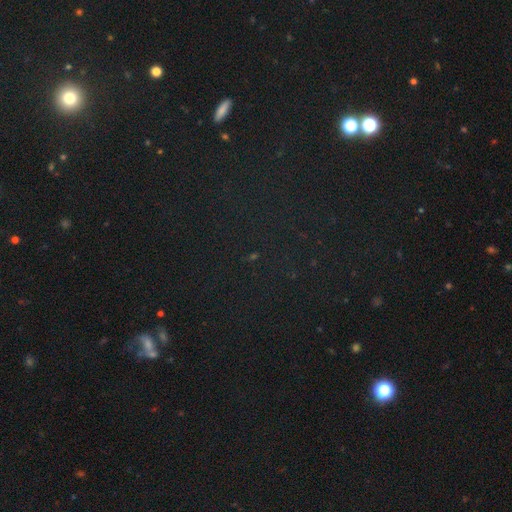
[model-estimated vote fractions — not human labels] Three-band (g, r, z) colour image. It shows a star or artifact, not a galaxy (76%).